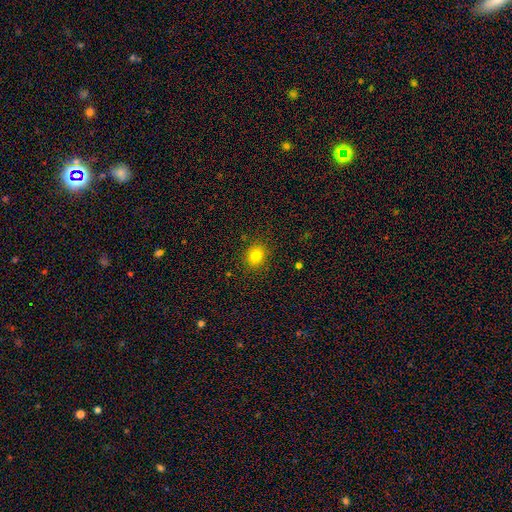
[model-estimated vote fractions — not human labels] This is clearly a smooth galaxy (81%). How rounded: likely round (62%). Merging: clearly none (88%).